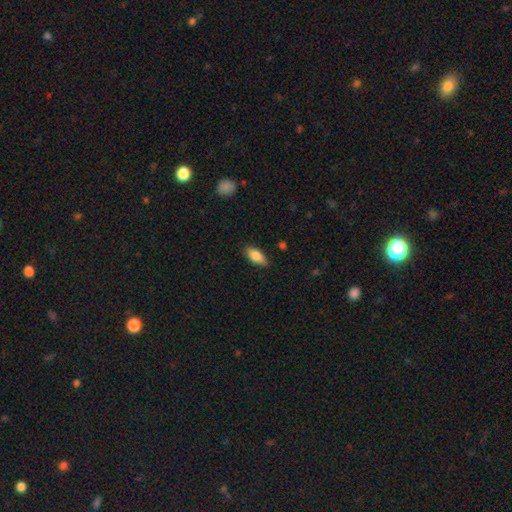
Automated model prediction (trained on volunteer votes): Smooth or featured? Predicted: smooth (p=0.84). How rounded? Predicted: in between (p=0.88). Merging? Predicted: none (p=0.83).